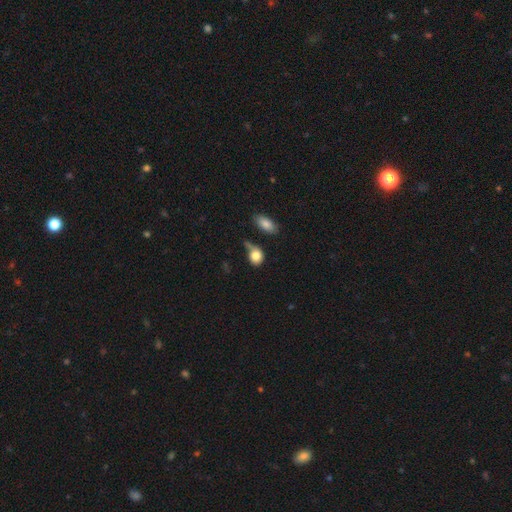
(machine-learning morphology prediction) Smooth or featured: smooth — 81% (featured or disk — 11%)
How rounded: round — 52% (in between — 46%)
Merging: none — 39% (minor disturbance — 25%)